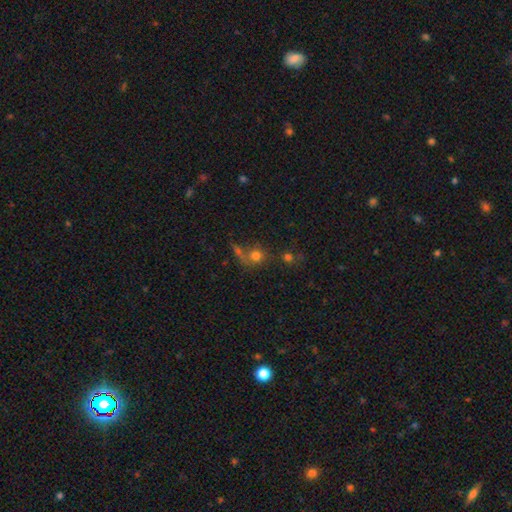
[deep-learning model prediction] smooth 69%, star or artifact 19%, featured or disk 13%. Down the decision tree: how rounded — round (82%); merging — none (51%).